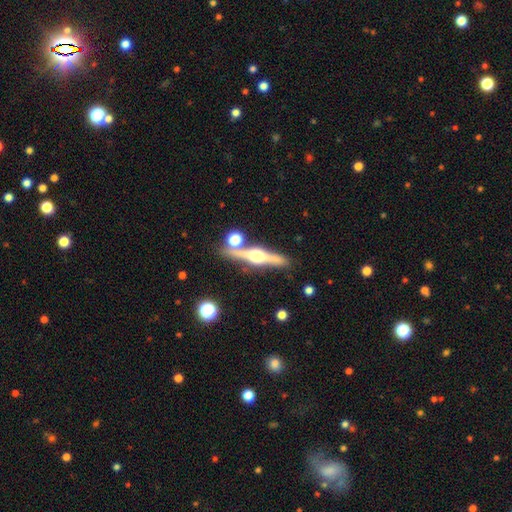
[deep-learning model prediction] Smooth or featured? Predicted: featured or disk (p=0.77). Edge-on disk? Predicted: yes (p=0.97). Edge-on bulge? Predicted: rounded (p=0.95). Merging? Predicted: none (p=0.80).